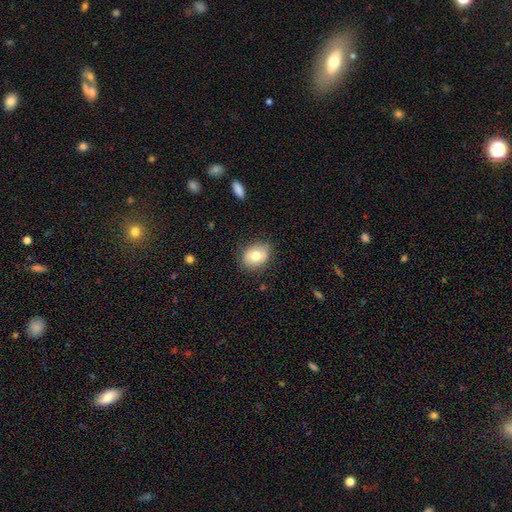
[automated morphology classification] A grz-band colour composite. It shows a smooth galaxy with no disk features (72%) that is in between round and cigar-shaped (52%). Merging: none (80%).